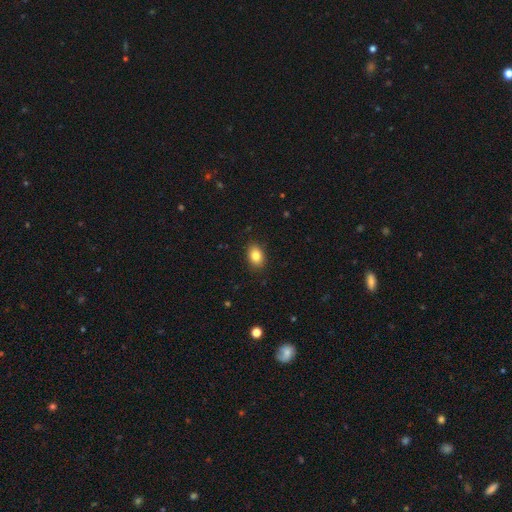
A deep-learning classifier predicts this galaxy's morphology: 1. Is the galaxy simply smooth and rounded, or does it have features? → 84% smooth, 9% star or artifact, 7% featured or disk.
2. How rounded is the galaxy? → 78% in between, 21% round, 1% cigar-shaped.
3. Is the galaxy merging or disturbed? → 89% none, 8% minor disturbance, 2% major disturbance, 1% merger.